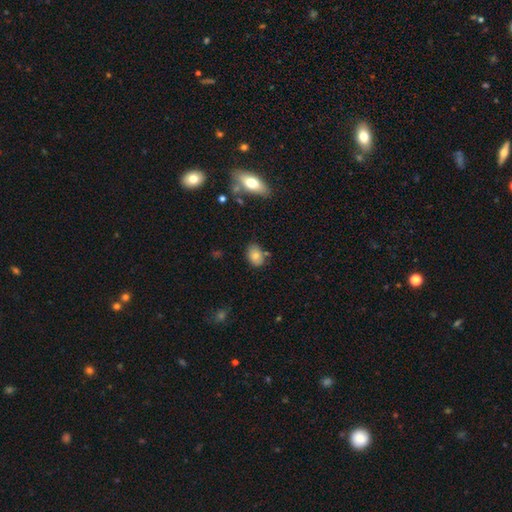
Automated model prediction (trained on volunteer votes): A smooth galaxy with no disk features (78%) that is in between round and cigar-shaped (79%).

Vote fractions:
- Smooth or featured? smooth: 78% / featured or disk: 12% / star or artifact: 9%
- How rounded? in between: 79% / round: 20% / cigar-shaped: 1%
- Merging? none: 73% / minor disturbance: 18% / merger: 6% / major disturbance: 4%